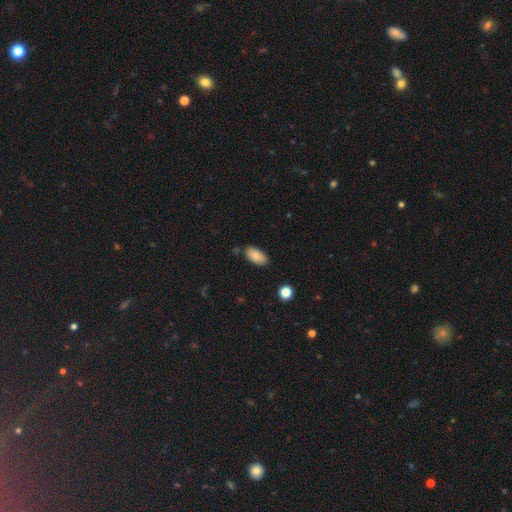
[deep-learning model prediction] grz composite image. It shows a smooth galaxy with no disk features (85%) that is in between round and cigar-shaped (93%). Merging: none (82%).